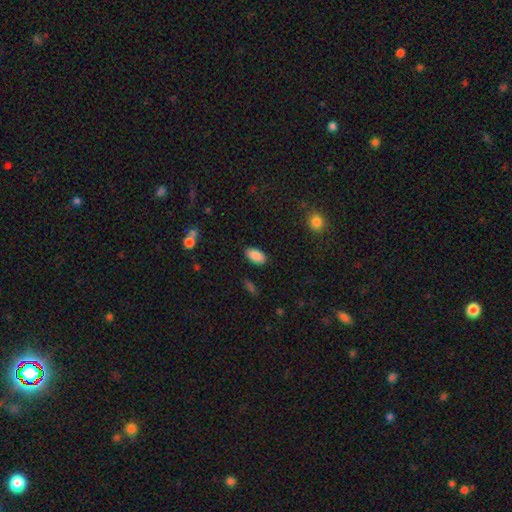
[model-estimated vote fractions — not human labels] The model was most divided on "merging": none: 87%, minor disturbance: 9%, major disturbance: 2%, merger: 1%. More confident: how rounded — in between (94%); smooth or featured — smooth (88%).